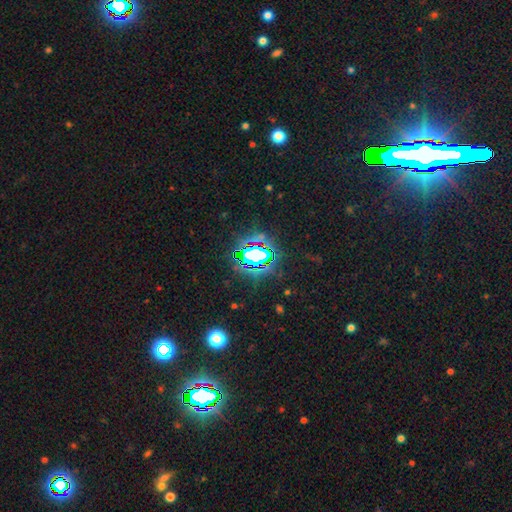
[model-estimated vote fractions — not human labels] Smooth or featured? Predicted: star or artifact (p=0.75).